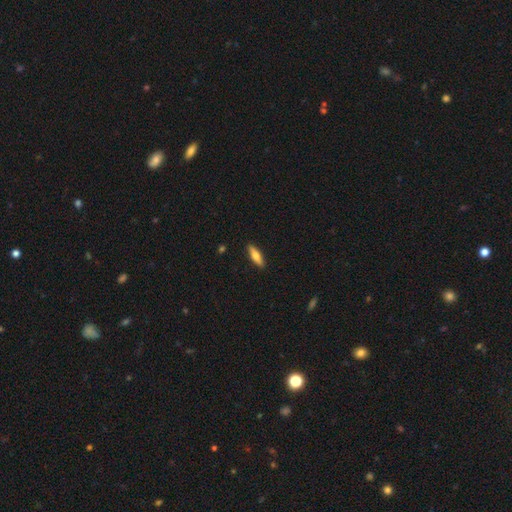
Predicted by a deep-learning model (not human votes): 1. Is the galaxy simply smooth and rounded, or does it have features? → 70% smooth, 25% featured or disk, 6% star or artifact.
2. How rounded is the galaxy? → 56% cigar-shaped, 42% in between, 2% round.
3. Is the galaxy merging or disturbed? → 90% none, 8% minor disturbance, 2% major disturbance, 1% merger.